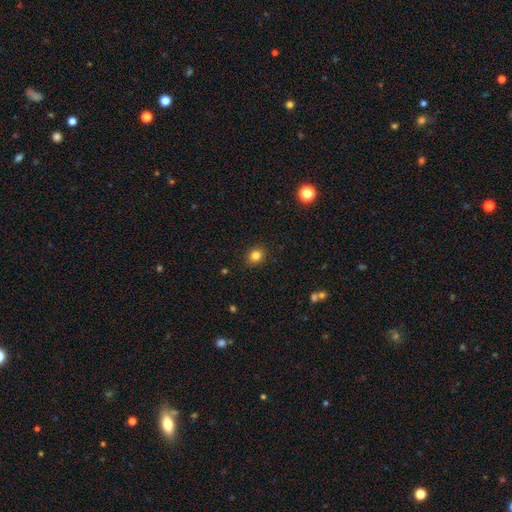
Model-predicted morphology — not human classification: A smooth galaxy with no disk features (82%) that is round (74%). Merging: none (90%).